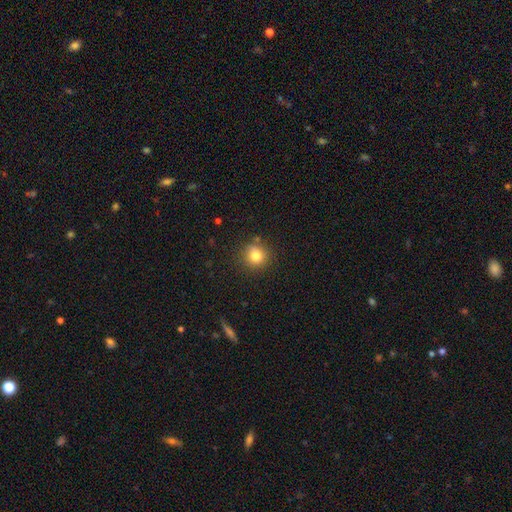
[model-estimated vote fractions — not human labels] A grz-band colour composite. It shows a smooth galaxy with no disk features (81%) that is round (90%). Merging: none (81%).